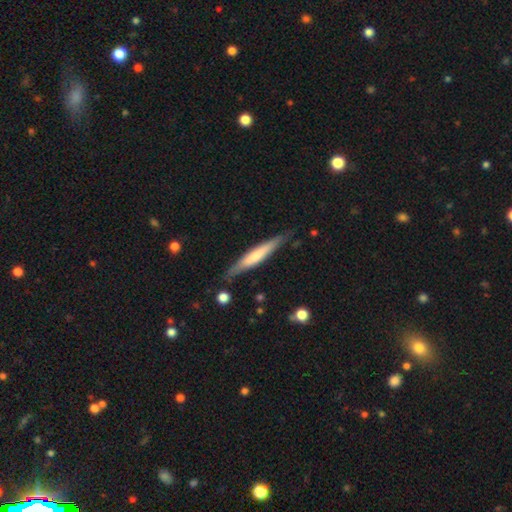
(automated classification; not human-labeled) Morphology: type=smooth (54%); roundness=cigar-shaped (92%); merging=none (81%).